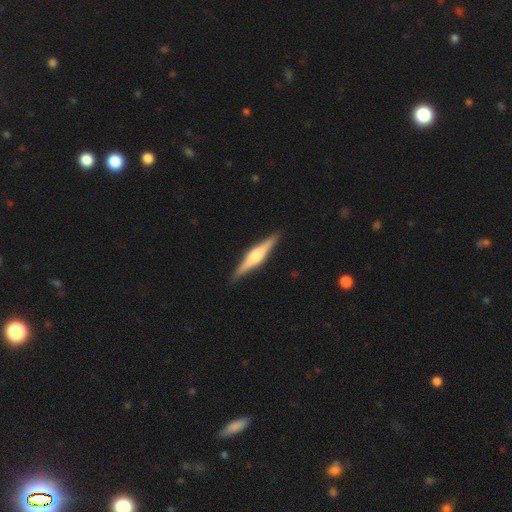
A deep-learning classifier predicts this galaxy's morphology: Smooth or featured? featured or disk (73%)
Edge-on disk? yes (98%)
Edge-on bulge? rounded (83%)
Merging? none (91%)